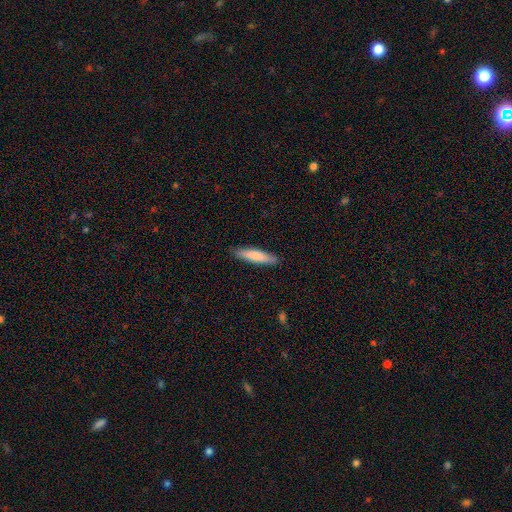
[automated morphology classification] A smooth galaxy with no disk features (77%) that is cigar-shaped (83%).

Vote fractions:
- Smooth or featured? smooth: 77% / featured or disk: 18% / star or artifact: 5%
- How rounded? cigar-shaped: 83% / in between: 16% / round: 1%
- Merging? none: 89% / minor disturbance: 8% / major disturbance: 2% / merger: 1%